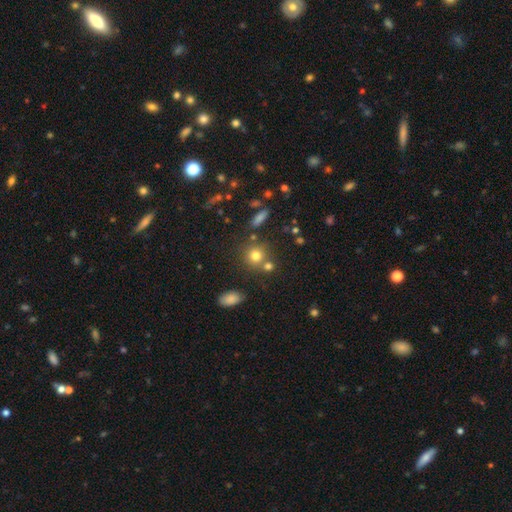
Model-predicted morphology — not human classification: Smooth or featured? Predicted: smooth (p=0.75). How rounded? Predicted: round (p=0.87). Merging? Predicted: none (p=0.66).